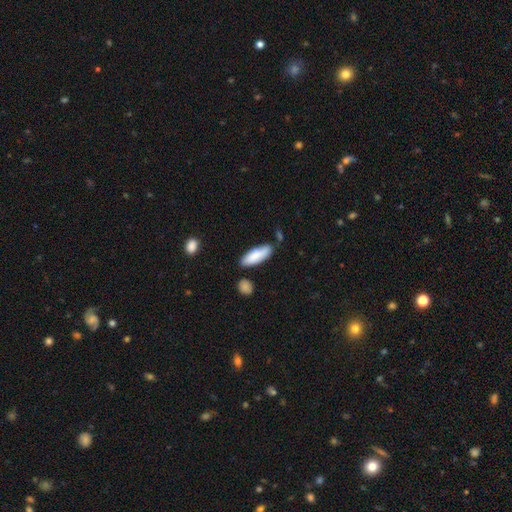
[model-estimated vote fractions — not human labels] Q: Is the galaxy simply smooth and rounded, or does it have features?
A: smooth — 83%.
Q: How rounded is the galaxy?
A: in between — 60%.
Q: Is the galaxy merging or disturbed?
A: none — 68%.